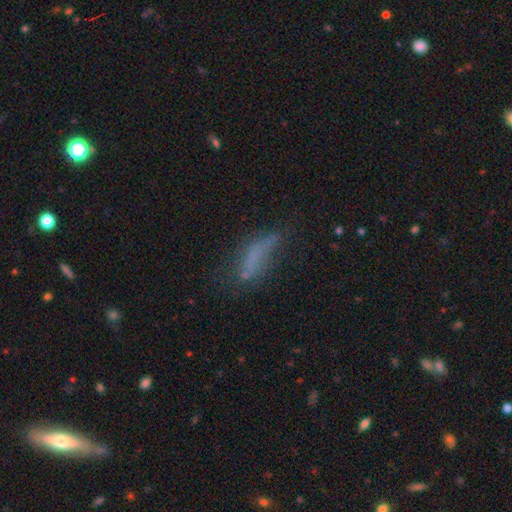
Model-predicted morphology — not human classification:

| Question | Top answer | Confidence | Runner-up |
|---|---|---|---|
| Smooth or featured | smooth | 55% | featured or disk (30%) |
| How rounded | in between | 51% | cigar-shaped (46%) |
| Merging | none | 41% | minor disturbance (28%) |